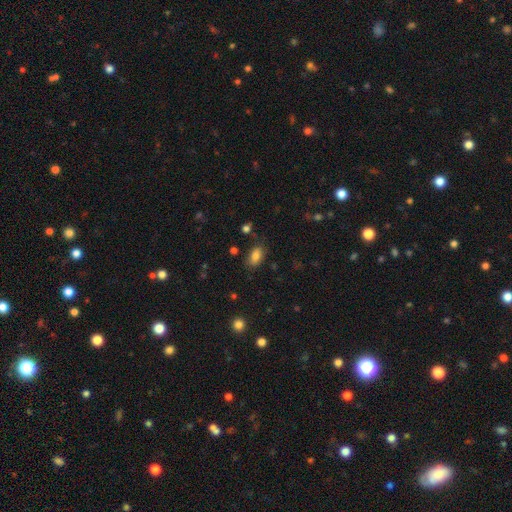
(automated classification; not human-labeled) Smooth or featured? Predicted: smooth (p=0.82). How rounded? Predicted: in between (p=0.90). Merging? Predicted: none (p=0.75).